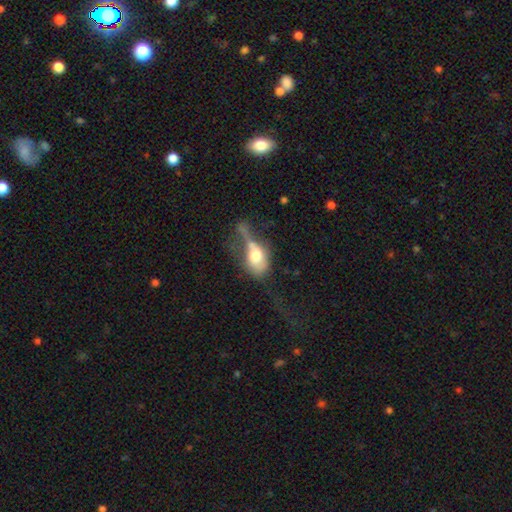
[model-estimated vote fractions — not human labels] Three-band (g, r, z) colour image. It shows a smooth galaxy with no disk features (63%) that is in between round and cigar-shaped (78%). Merging: major disturbance (45%).